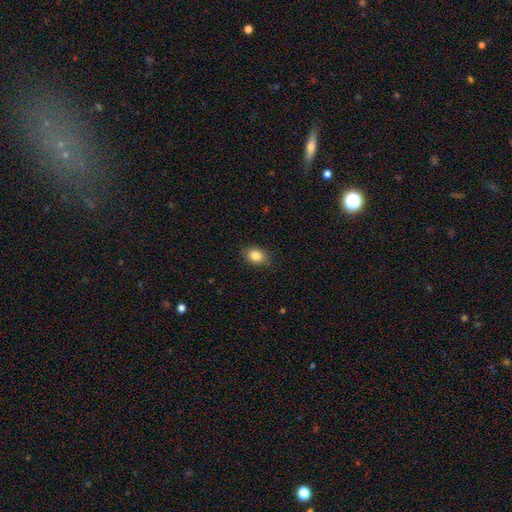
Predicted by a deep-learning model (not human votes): Smooth or featured? smooth (85%)
How rounded? in between (70%)
Merging? none (83%)